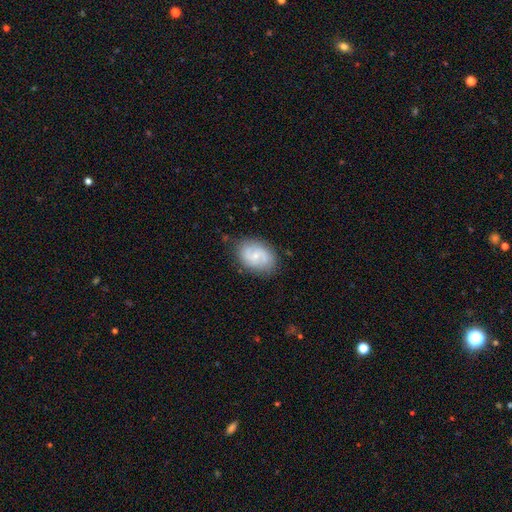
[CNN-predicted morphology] smooth-or-featured: featured or disk: 69% | smooth: 25% | star or artifact: 7%
  disk-edge-on: no: 97% | yes: 3%
    bar: no: 51% | weak: 43% | strong: 7%
    has-spiral-arms: yes: 90% | no: 10%
      spiral-winding: medium: 49% | tight: 29% | loose: 23%
      spiral-arm-count: 2: 80% | can't tell: 10% | 3: 5% | 1: 2% | 4: 1% | more than 4: 1%
    bulge-size: small: 65% | moderate: 28% | none: 4% | large: 1% | dominant: 1%
  merging: none: 80% | minor disturbance: 14% | major disturbance: 4% | merger: 2%